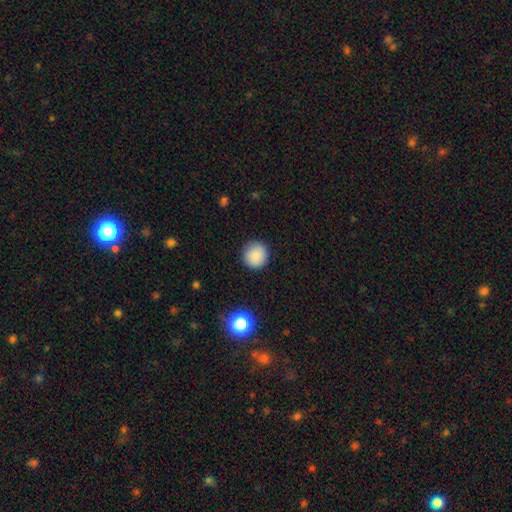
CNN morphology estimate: smooth 86%, star or artifact 10%, featured or disk 5%. Down the decision tree: how rounded — round (93%); merging — none (89%).